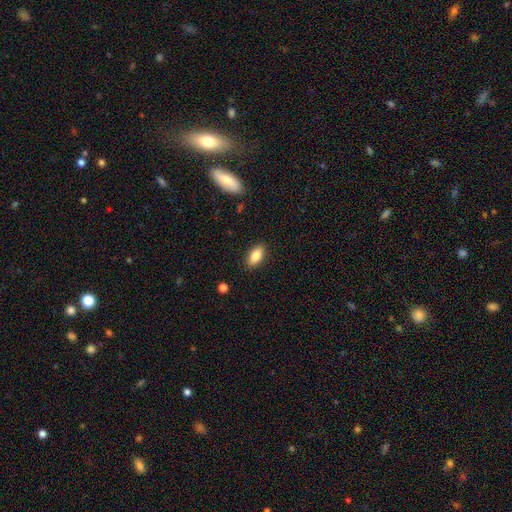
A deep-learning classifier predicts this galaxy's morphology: smooth_or_featured: smooth (p=0.83) [alt: featured or disk p=0.10]
how_rounded: in between (p=0.89) [alt: cigar-shaped p=0.08]
merging: none (p=0.88) [alt: minor disturbance p=0.09]